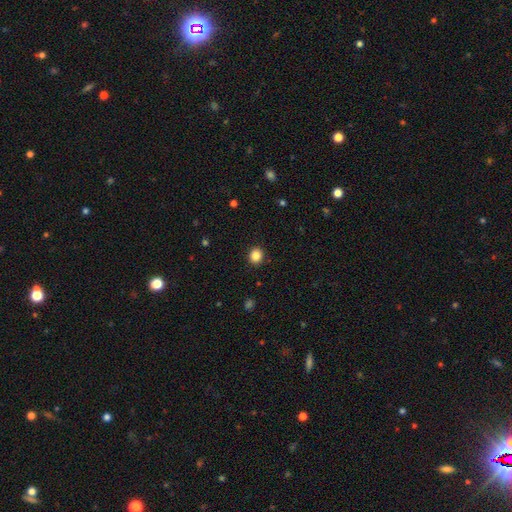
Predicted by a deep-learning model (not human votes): This appears to be a smooth galaxy with no disk features (86%) that is round (84%). Merging: none (92%).